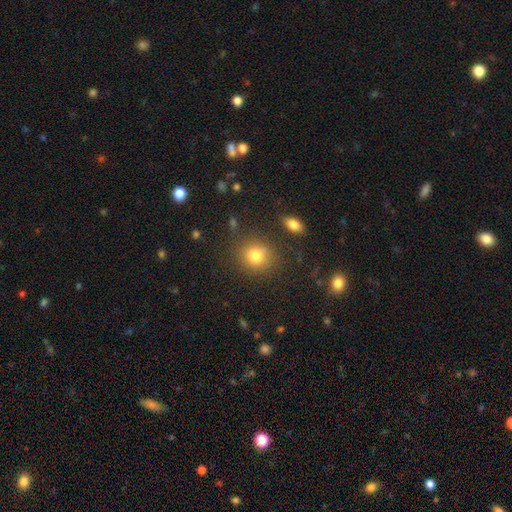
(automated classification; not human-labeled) smooth-or-featured: smooth: 79% | star or artifact: 13% | featured or disk: 8%
  how-rounded: round: 80% | in between: 19% | cigar-shaped: 1%
  merging: none: 80% | minor disturbance: 11% | merger: 5% | major disturbance: 4%